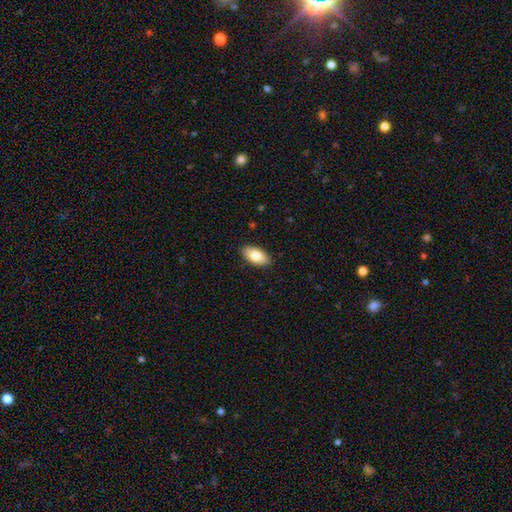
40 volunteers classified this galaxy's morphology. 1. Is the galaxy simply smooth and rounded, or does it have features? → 75% smooth, 18% featured or disk, 8% star or artifact.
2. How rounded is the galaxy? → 97% in between, 3% round, 0% cigar-shaped.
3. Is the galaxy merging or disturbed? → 92% none, 5% minor disturbance, 3% major disturbance, 0% merger.